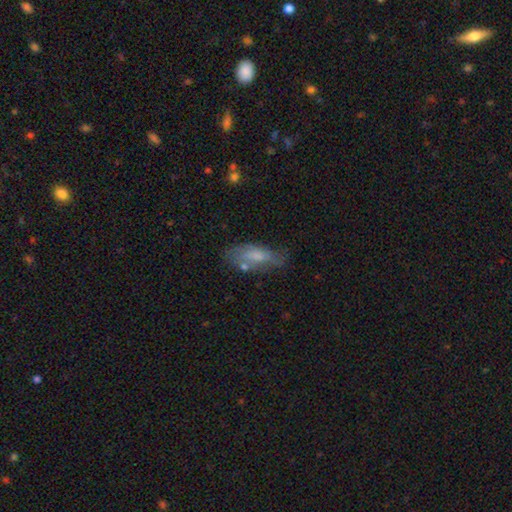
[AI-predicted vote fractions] smooth-or-featured: smooth: 64% | featured or disk: 28% | star or artifact: 8%
  how-rounded: in between: 72% | cigar-shaped: 26% | round: 2%
  merging: none: 54% | minor disturbance: 27% | major disturbance: 12% | merger: 7%